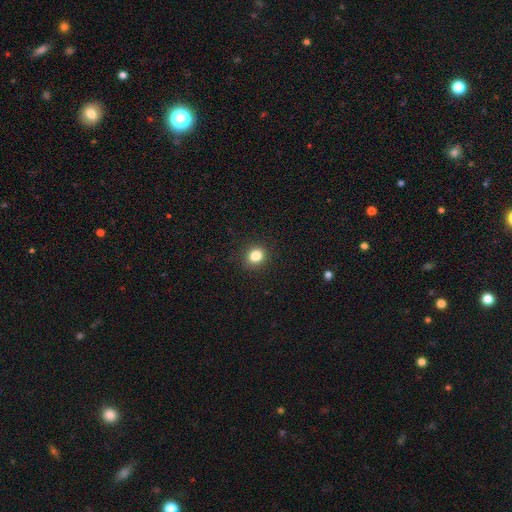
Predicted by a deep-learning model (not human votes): Morphology: type=smooth (83%); roundness=round (74%); merging=none (89%).